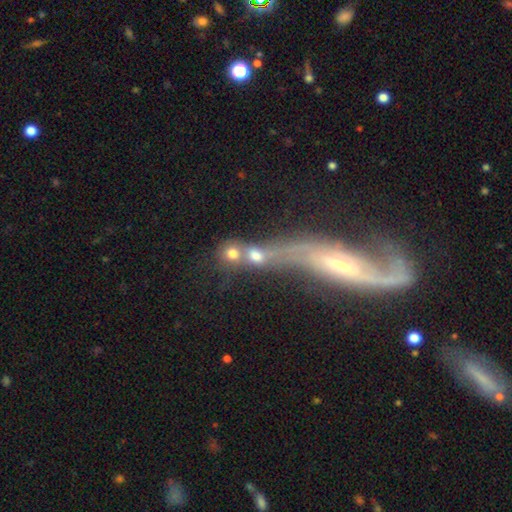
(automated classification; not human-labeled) This appears to be a smooth galaxy with no disk features (58%) that is round (62%). Merging: merger (52%).